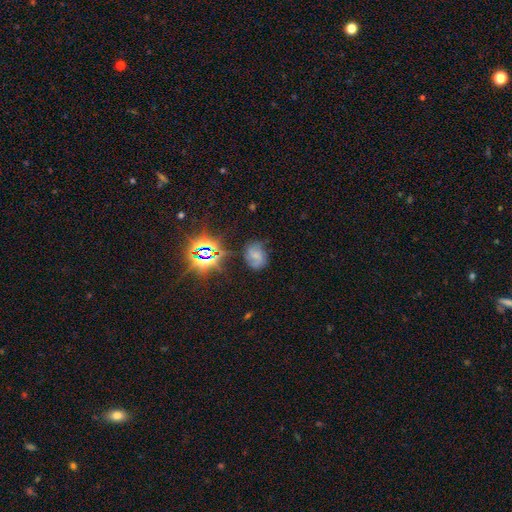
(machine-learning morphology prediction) type=featured or disk (45%); merging=none (67%).